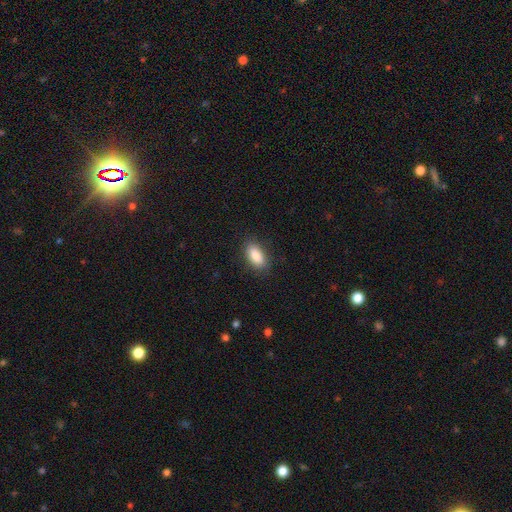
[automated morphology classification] smooth_or_featured: smooth (p=0.88) [alt: star or artifact p=0.07]
how_rounded: in between (p=0.90) [alt: cigar-shaped p=0.06]
merging: none (p=0.85) [alt: minor disturbance p=0.11]